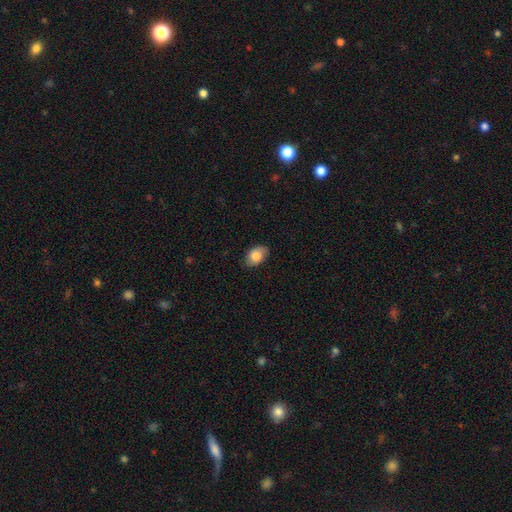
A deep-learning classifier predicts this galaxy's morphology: type=smooth (82%); roundness=in between (86%); merging=none (81%).